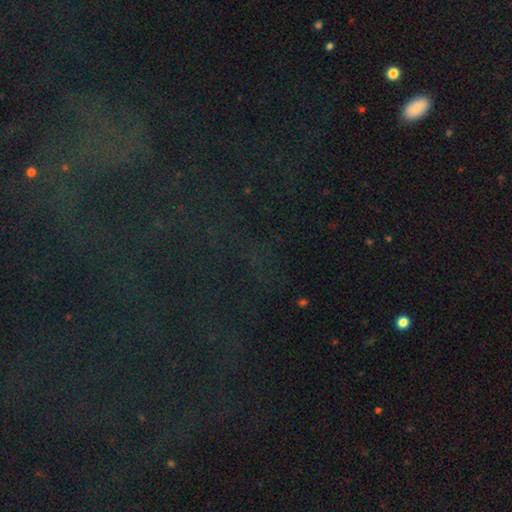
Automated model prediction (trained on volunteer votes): smooth-or-featured: star or artifact: 81% | smooth: 10% | featured or disk: 9%